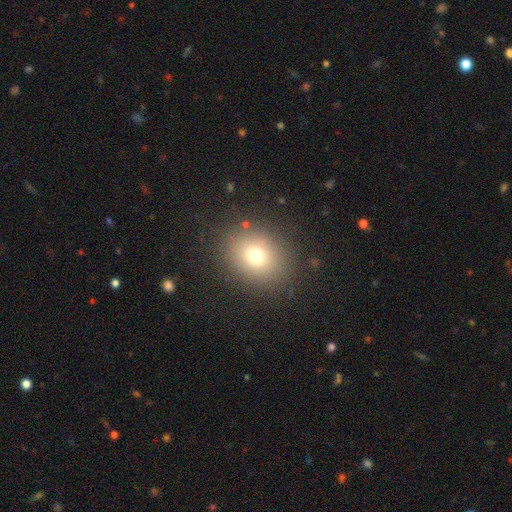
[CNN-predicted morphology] Smooth or featured? smooth (72%)
How rounded? round (62%)
Merging? none (85%)